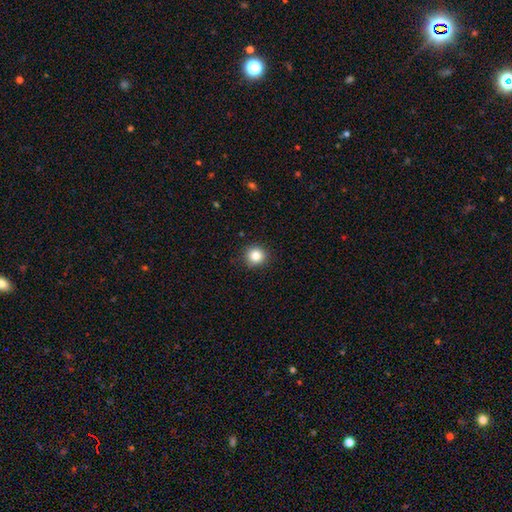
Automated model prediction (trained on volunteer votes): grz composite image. It shows a smooth galaxy with no disk features (84%) that is round (93%). Merging: none (91%).